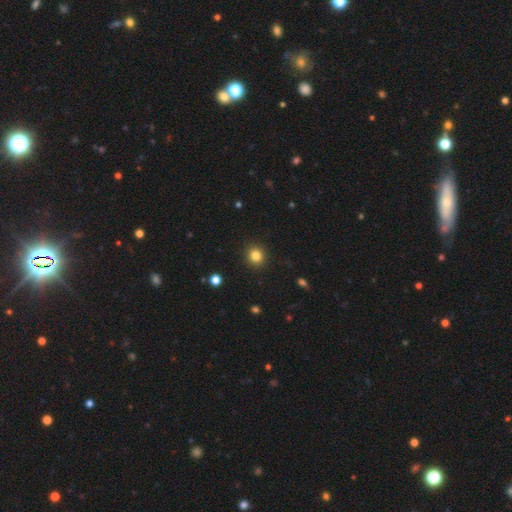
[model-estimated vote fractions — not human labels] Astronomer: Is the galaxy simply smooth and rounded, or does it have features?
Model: smooth — 83%.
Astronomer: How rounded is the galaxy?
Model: round — 90%.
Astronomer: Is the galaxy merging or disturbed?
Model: none — 92%.